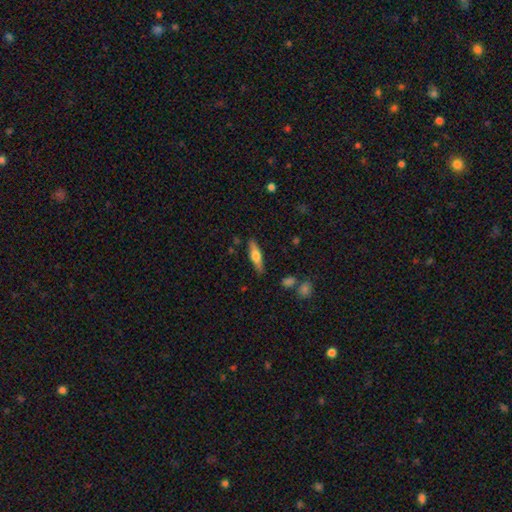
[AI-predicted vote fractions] This is possibly a smooth galaxy (53%). How rounded: likely cigar-shaped (66%). Merging: clearly none (86%).